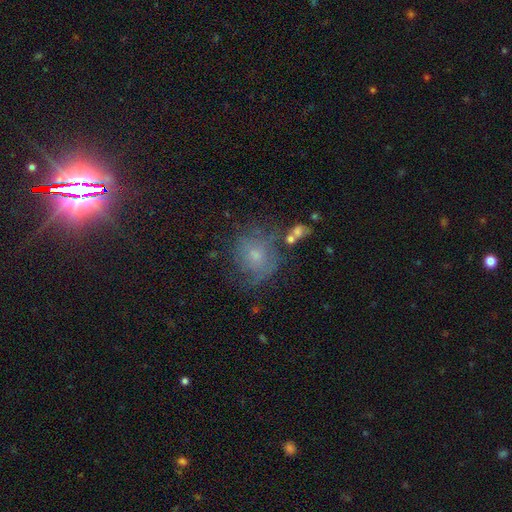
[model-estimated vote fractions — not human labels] Morphology: type=smooth (47%); merging=none (53%).